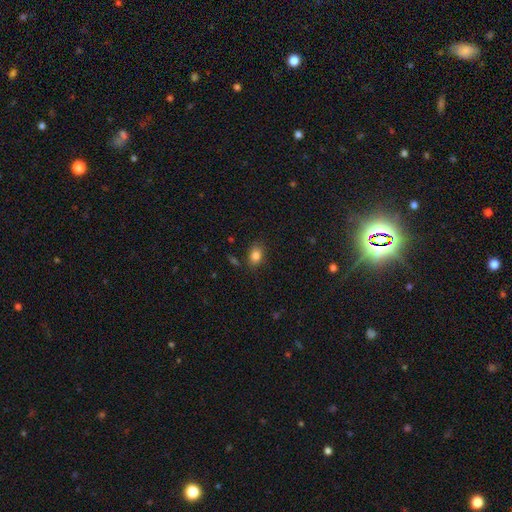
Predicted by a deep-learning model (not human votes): Smooth or featured: smooth — 84% (star or artifact — 10%)
How rounded: in between — 76% (round — 23%)
Merging: none — 81% (minor disturbance — 13%)